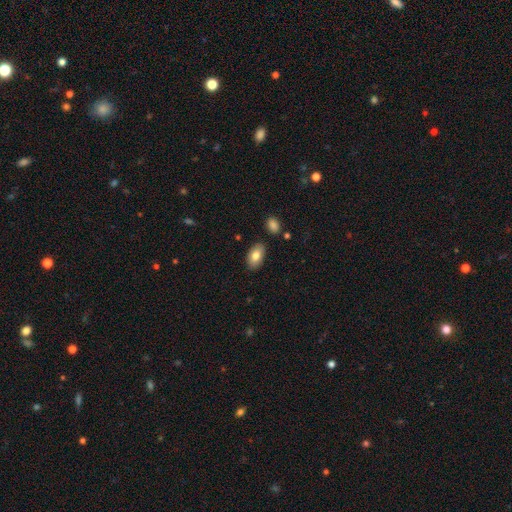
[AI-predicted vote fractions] smooth 80%, featured or disk 13%, star or artifact 7%. Down the decision tree: how rounded — in between (93%); merging — none (85%).